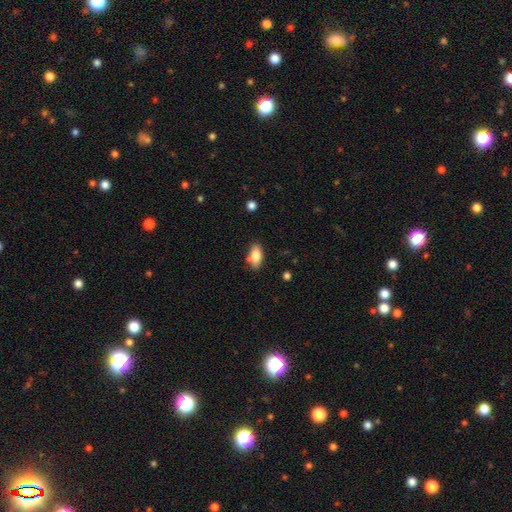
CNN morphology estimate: smooth_or_featured: smooth (p=0.80) [alt: featured or disk p=0.13]
how_rounded: in between (p=0.88) [alt: cigar-shaped p=0.08]
merging: none (p=0.77) [alt: minor disturbance p=0.16]